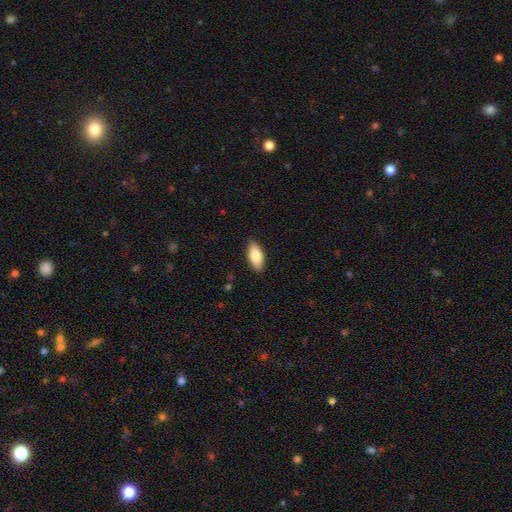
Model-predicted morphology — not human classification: This is clearly a smooth galaxy (82%). How rounded: clearly in between (83%). Merging: clearly none (89%).